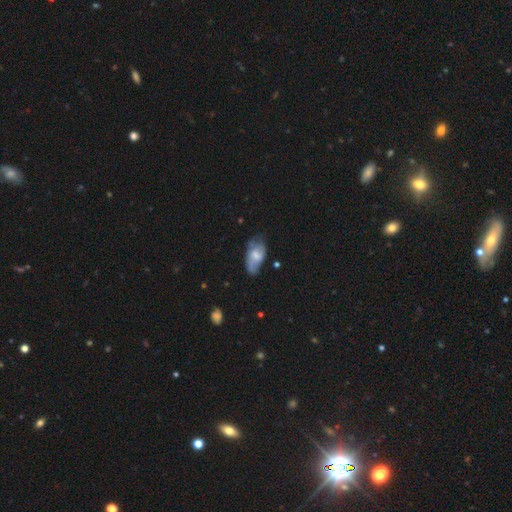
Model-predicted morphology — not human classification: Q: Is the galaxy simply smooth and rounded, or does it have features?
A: smooth — 56%.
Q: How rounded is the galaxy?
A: in between — 92%.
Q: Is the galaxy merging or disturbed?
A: none — 46%.